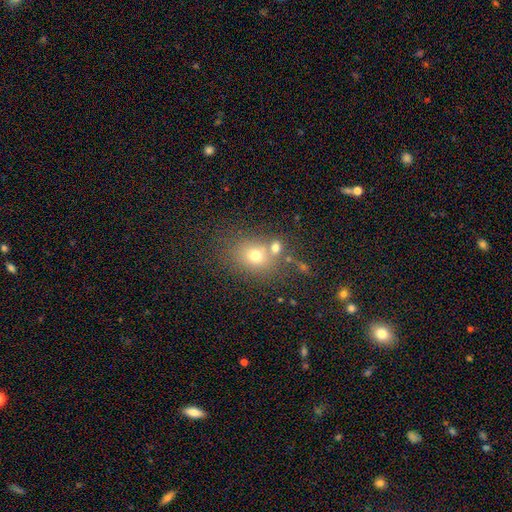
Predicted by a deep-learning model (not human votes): smooth 68%, star or artifact 17%, featured or disk 15%. Down the decision tree: how rounded — round (57%); merging — none (59%).